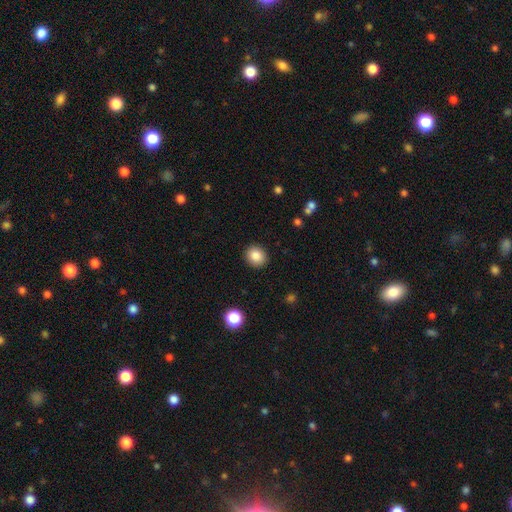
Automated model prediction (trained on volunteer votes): smooth_or_featured: smooth (p=0.85) [alt: star or artifact p=0.10]
how_rounded: round (p=0.78) [alt: in between p=0.22]
merging: none (p=0.91) [alt: minor disturbance p=0.06]